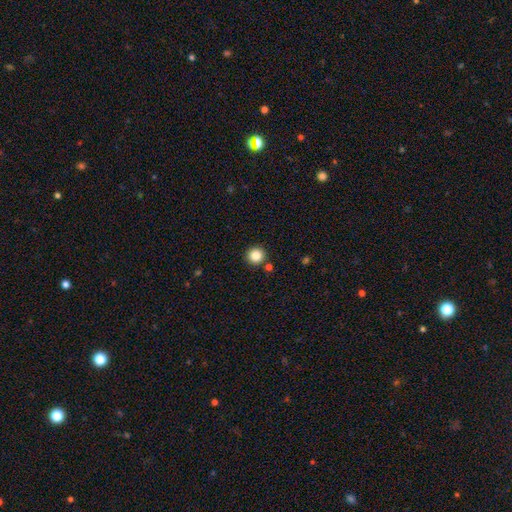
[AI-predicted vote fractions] smooth-or-featured: smooth: 85% | star or artifact: 11% | featured or disk: 5%
  how-rounded: round: 95% | in between: 4% | cigar-shaped: 1%
  merging: none: 88% | minor disturbance: 6% | merger: 4% | major disturbance: 2%